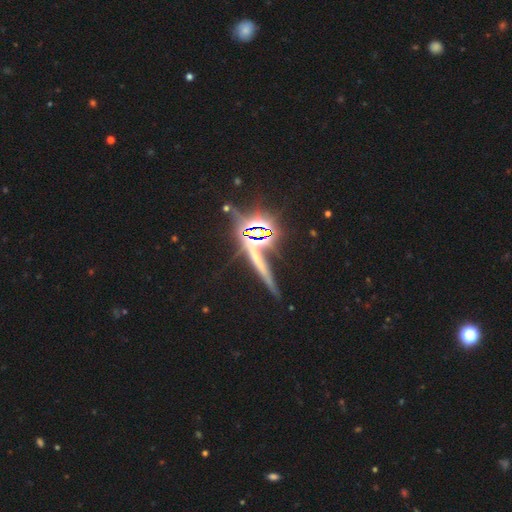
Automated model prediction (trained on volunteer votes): A star or artifact, not a galaxy (56%).